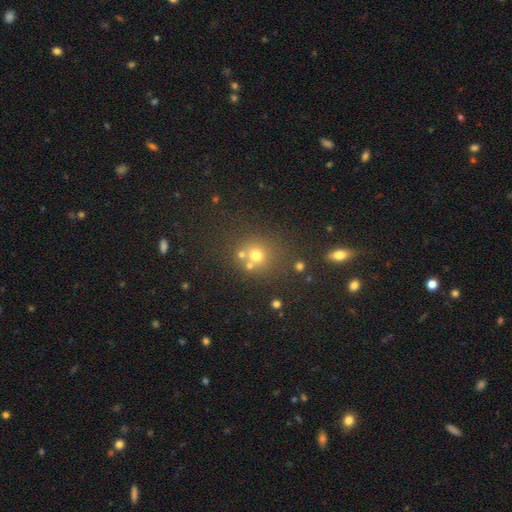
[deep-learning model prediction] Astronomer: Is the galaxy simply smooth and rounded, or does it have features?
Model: smooth — 66%.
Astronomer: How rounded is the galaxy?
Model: round — 86%.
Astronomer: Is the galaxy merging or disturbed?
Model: none — 65%.